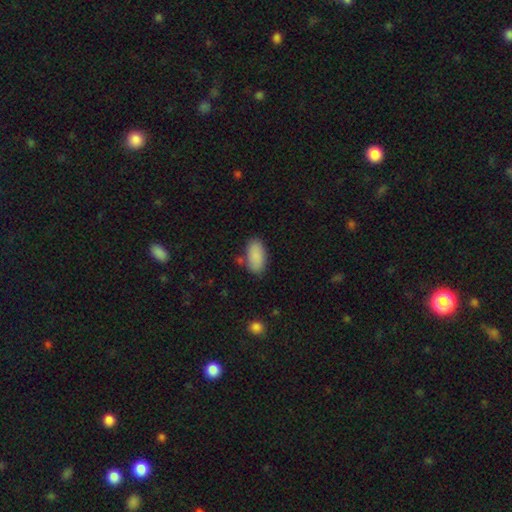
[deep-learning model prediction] Smooth or featured? Predicted: smooth (p=0.89). How rounded? Predicted: in between (p=0.93). Merging? Predicted: none (p=0.79).